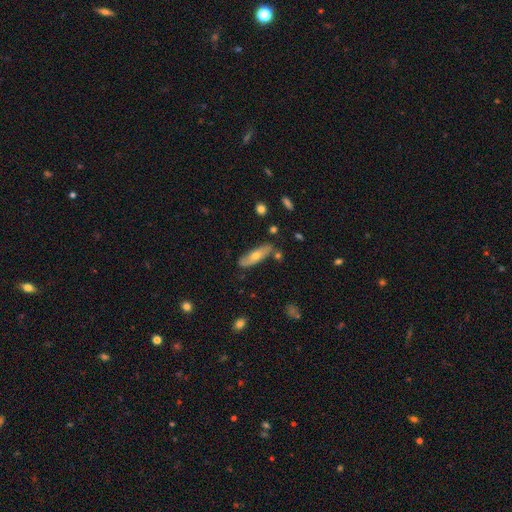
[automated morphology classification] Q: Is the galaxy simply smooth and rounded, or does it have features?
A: smooth — 50%.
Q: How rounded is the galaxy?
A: cigar-shaped — 52%.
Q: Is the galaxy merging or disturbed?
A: none — 75%.